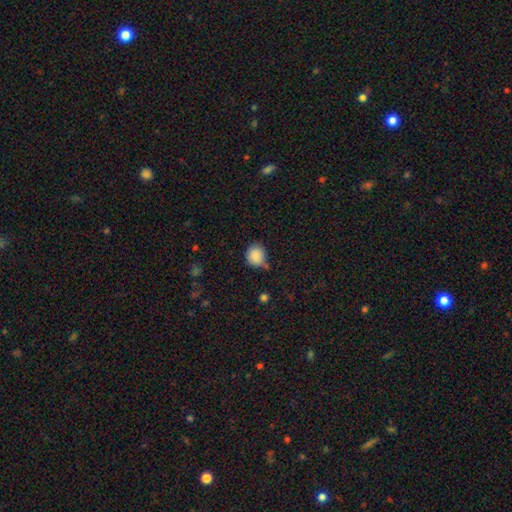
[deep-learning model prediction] Morphology: type=smooth (87%); roundness=round (82%); merging=none (63%).